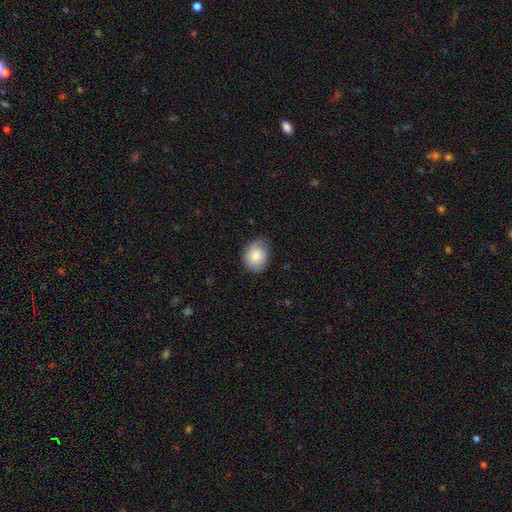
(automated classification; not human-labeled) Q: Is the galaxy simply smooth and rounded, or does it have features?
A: smooth — 81%.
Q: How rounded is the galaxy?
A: in between — 51%.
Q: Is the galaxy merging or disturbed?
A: none — 73%.